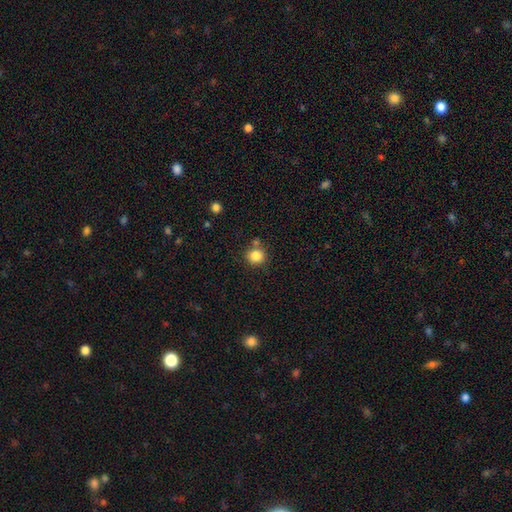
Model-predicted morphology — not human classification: smooth 84%, star or artifact 11%, featured or disk 5%. Down the decision tree: how rounded — round (89%); merging — none (75%).